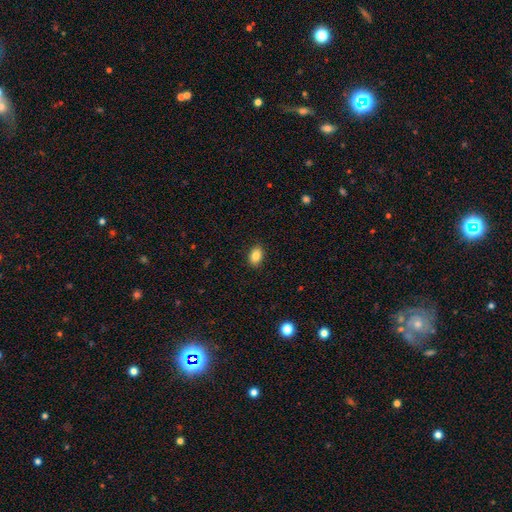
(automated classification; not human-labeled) smooth-or-featured: smooth: 86% | star or artifact: 9% | featured or disk: 5%
  how-rounded: in between: 82% | round: 17% | cigar-shaped: 1%
  merging: none: 89% | minor disturbance: 8% | major disturbance: 2% | merger: 1%